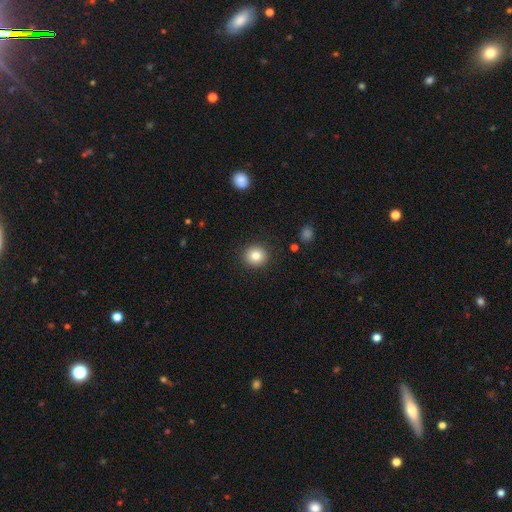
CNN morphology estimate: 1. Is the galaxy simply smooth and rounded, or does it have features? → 83% smooth, 10% star or artifact, 7% featured or disk.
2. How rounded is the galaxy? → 89% round, 10% in between, 1% cigar-shaped.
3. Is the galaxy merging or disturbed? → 91% none, 6% minor disturbance, 2% major disturbance, 1% merger.